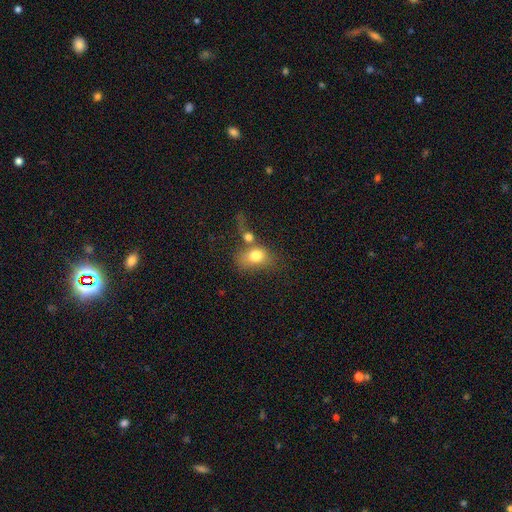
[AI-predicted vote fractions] Smooth or featured? smooth (75%)
How rounded? in between (68%)
Merging? merger (47%)